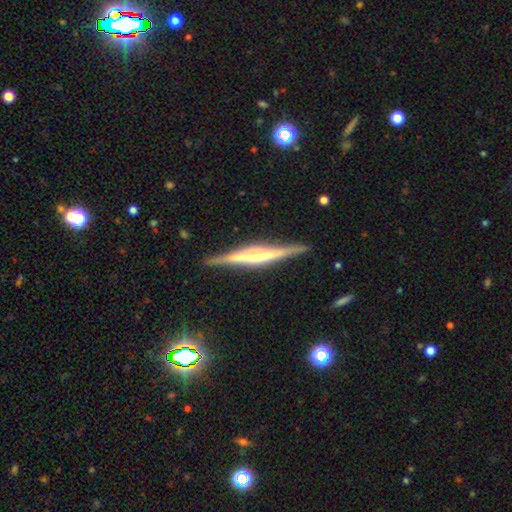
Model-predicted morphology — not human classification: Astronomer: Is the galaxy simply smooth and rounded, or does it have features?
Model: featured or disk — 77%.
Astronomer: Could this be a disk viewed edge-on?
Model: yes — 98%.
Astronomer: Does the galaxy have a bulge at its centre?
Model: rounded — 39% (runner-up: boxy, 37%).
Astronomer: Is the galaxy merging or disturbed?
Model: none — 88%.